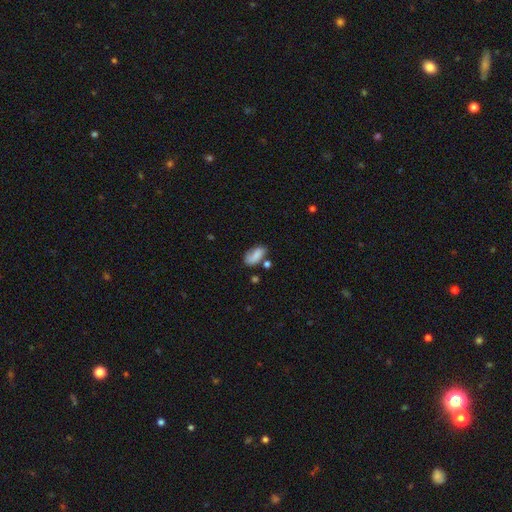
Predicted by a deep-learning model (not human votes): Overall: smooth (66%). How rounded: in between (88%). Merging: none (58%; minor disturbance 24%).